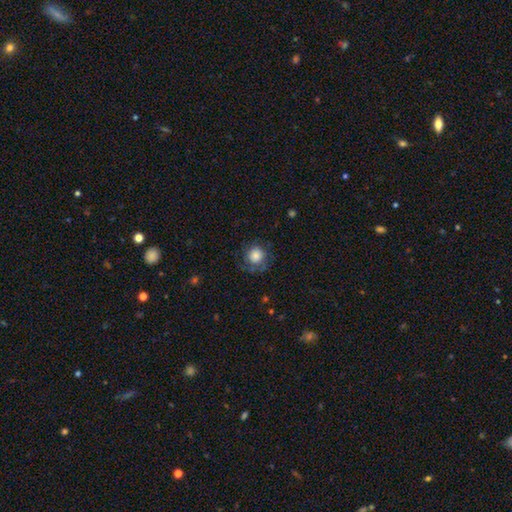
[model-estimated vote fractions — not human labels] A smooth galaxy with no disk features (74%) that is round (90%).

Vote fractions:
- Smooth or featured? smooth: 74% / featured or disk: 18% / star or artifact: 8%
- How rounded? round: 90% / in between: 9% / cigar-shaped: 1%
- Merging? none: 67% / minor disturbance: 19% / major disturbance: 13% / merger: 1%